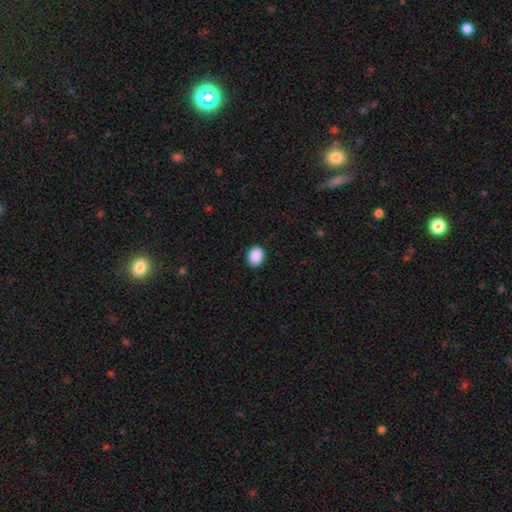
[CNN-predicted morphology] Smooth or featured? Predicted: smooth (p=0.90). How rounded? Predicted: round (p=0.51). Merging? Predicted: none (p=0.90).